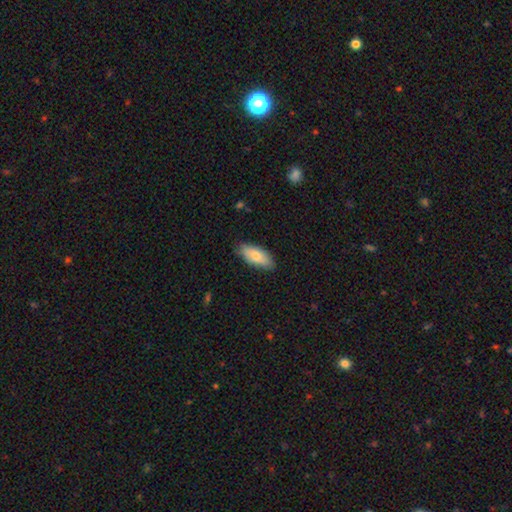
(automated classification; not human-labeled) Smooth or featured? smooth (77%)
How rounded? in between (85%)
Merging? none (82%)